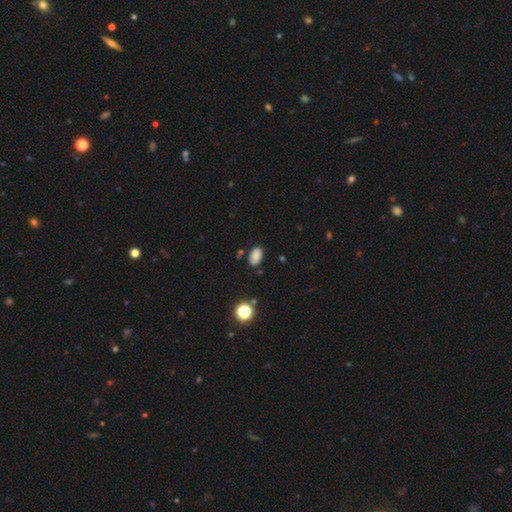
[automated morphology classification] A smooth galaxy with no disk features (84%) that is in between round and cigar-shaped (92%). Merging: none (83%).